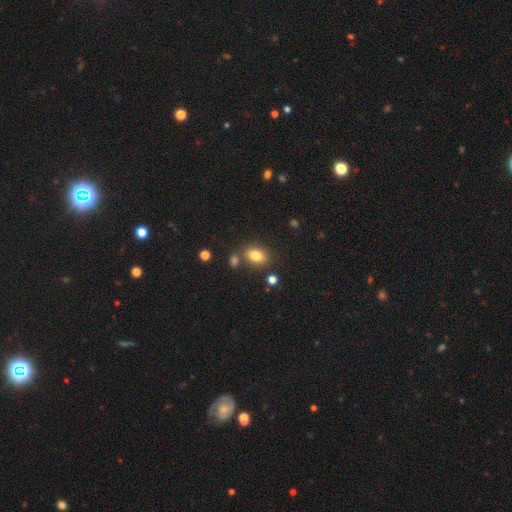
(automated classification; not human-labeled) Overall: smooth (80%). How rounded: in between (79%). Merging: none (74%).